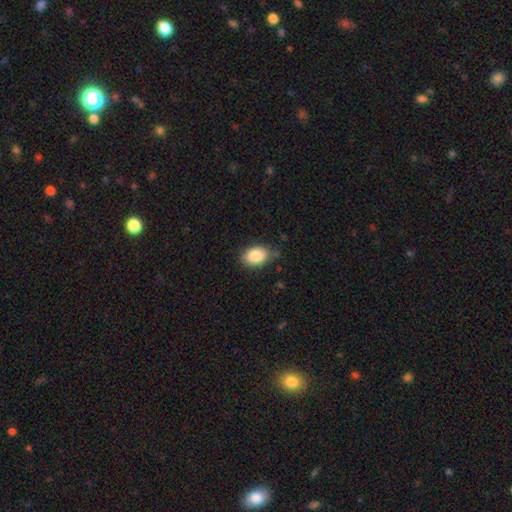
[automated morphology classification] This is clearly a smooth galaxy (87%). How rounded: clearly in between (84%). Merging: likely none (74%).